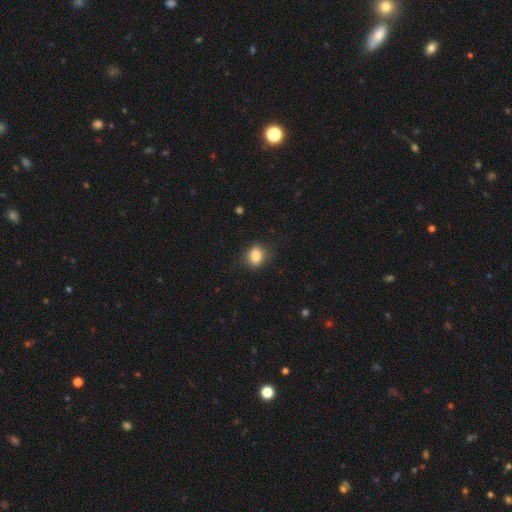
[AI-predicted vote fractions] Smooth or featured?
  - smooth: 85% *
  - star or artifact: 9%
  - featured or disk: 6%
How rounded?
  - in between: 53% *
  - round: 46%
  - cigar-shaped: 1%
Merging?
  - none: 82% *
  - minor disturbance: 14%
  - major disturbance: 3%
  - merger: 1%